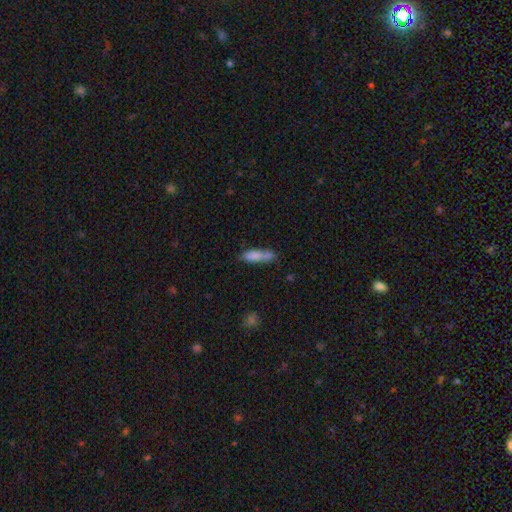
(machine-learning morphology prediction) Smooth or featured?
  - smooth: 80% *
  - featured or disk: 13%
  - star or artifact: 7%
How rounded?
  - cigar-shaped: 66% *
  - in between: 32%
  - round: 2%
Merging?
  - none: 59% *
  - minor disturbance: 25%
  - merger: 9%
  - major disturbance: 7%